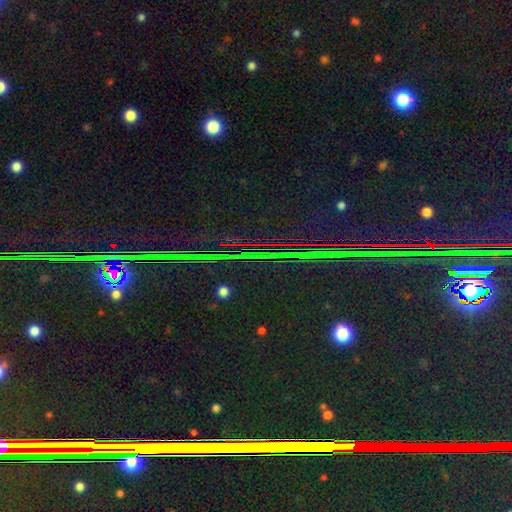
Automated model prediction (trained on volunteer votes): smooth-or-featured: star or artifact: 85% | featured or disk: 8% | smooth: 7%